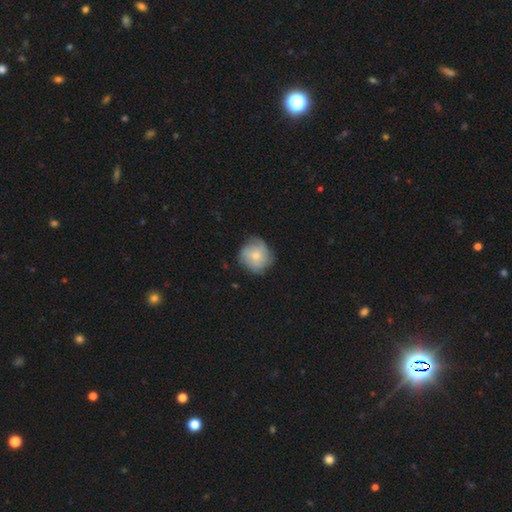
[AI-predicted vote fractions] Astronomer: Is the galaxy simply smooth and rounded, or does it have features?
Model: smooth — 55% (runner-up: featured or disk, 37%).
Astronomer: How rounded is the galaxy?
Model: round — 86%.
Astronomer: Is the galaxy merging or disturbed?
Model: none — 71%.